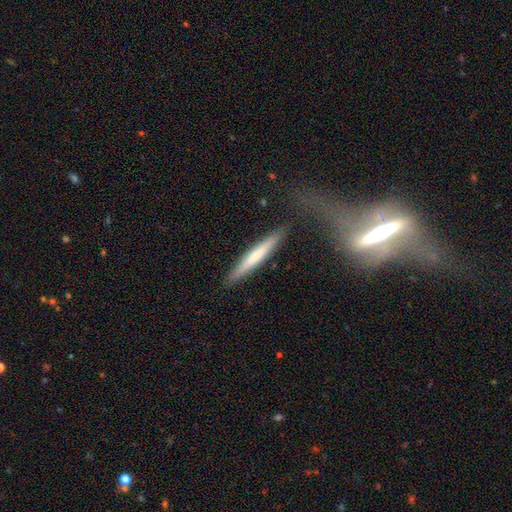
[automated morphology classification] Smooth or featured? Predicted: smooth (p=0.59). How rounded? Predicted: cigar-shaped (p=0.95). Merging? Predicted: none (p=0.87).